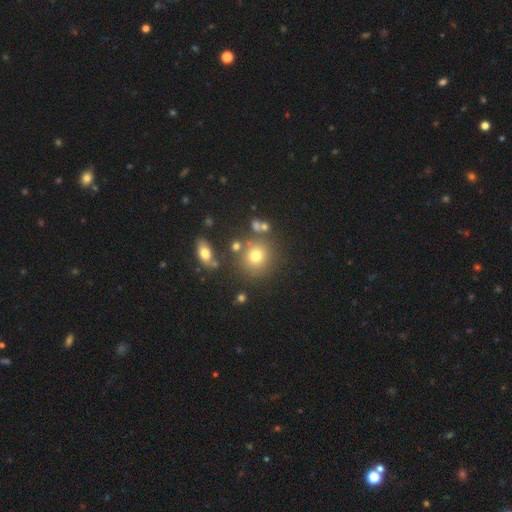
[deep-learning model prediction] A smooth galaxy with no disk features (73%) that is round (87%). Merging: none (76%).